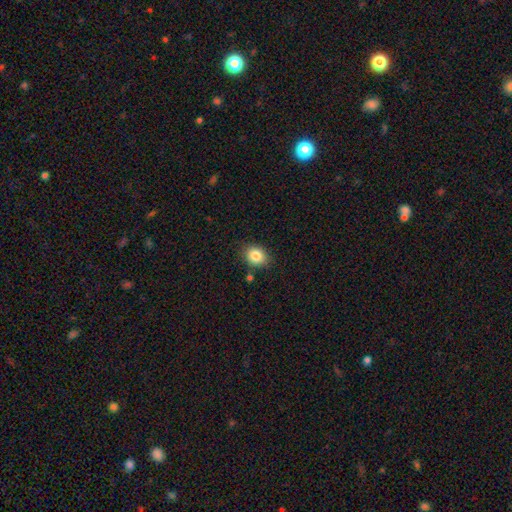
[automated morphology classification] Smooth or featured? smooth (85%)
How rounded? round (58%)
Merging? none (81%)